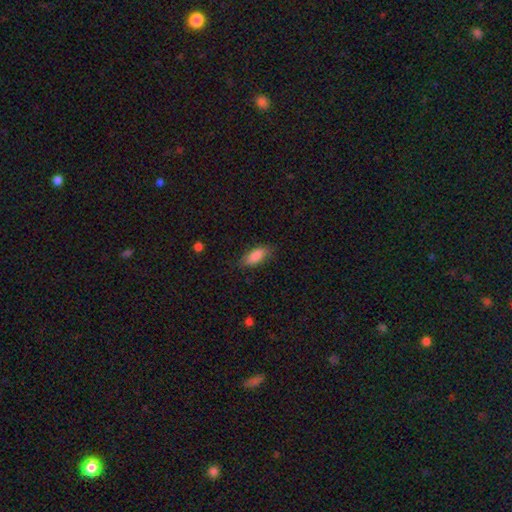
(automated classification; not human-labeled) Q: Smooth or featured?
A: smooth (86%); runner-up: featured or disk (7%)
Q: How rounded?
A: in between (81%); runner-up: cigar-shaped (17%)
Q: Merging?
A: none (78%); runner-up: minor disturbance (17%)